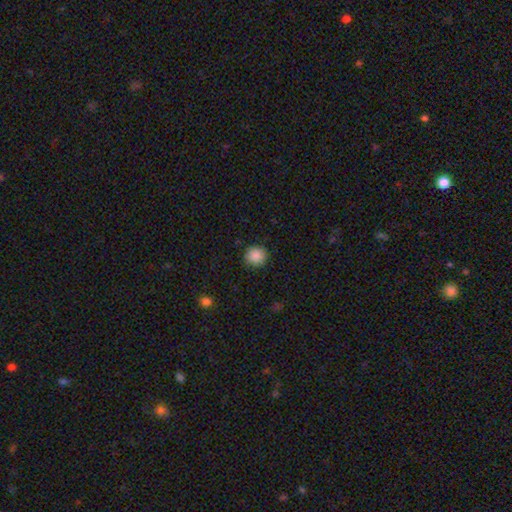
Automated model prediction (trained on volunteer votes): smooth_or_featured: smooth (p=0.88) [alt: star or artifact p=0.09]
how_rounded: round (p=0.89) [alt: in between p=0.10]
merging: none (p=0.89) [alt: minor disturbance p=0.08]